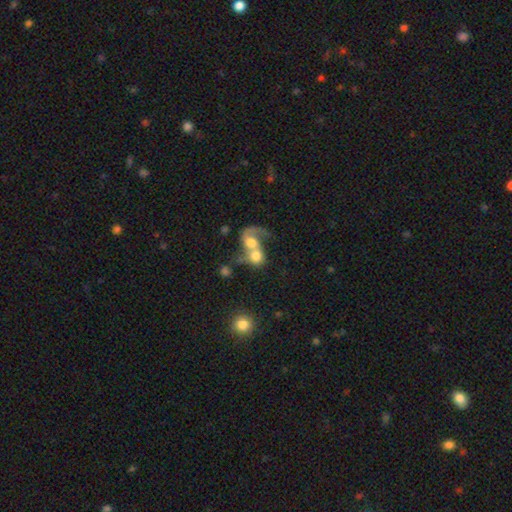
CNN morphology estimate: This is possibly a smooth galaxy (50%). Merging: likely merger (79%).